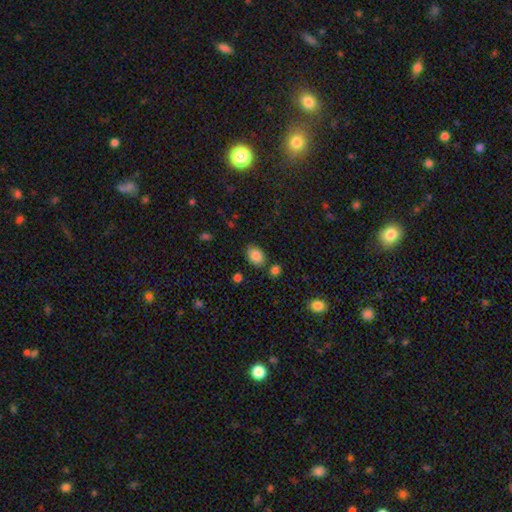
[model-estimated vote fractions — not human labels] The model was most divided on "how rounded": in between: 78%, round: 21%, cigar-shaped: 1%. More confident: smooth or featured — smooth (86%); merging — none (77%).